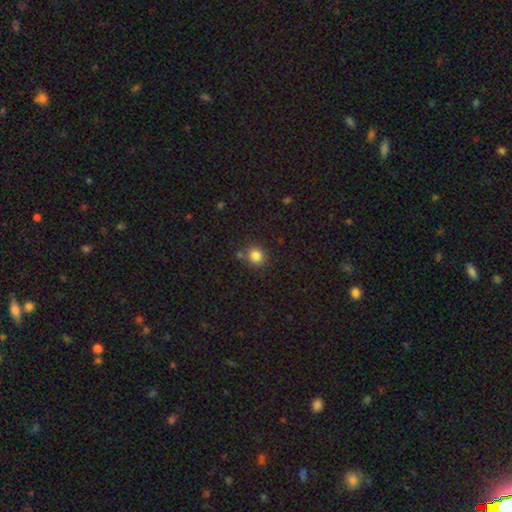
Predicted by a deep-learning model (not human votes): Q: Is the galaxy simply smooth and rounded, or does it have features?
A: smooth — 83%.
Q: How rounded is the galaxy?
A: round — 83%.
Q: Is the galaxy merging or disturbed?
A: none — 78%.